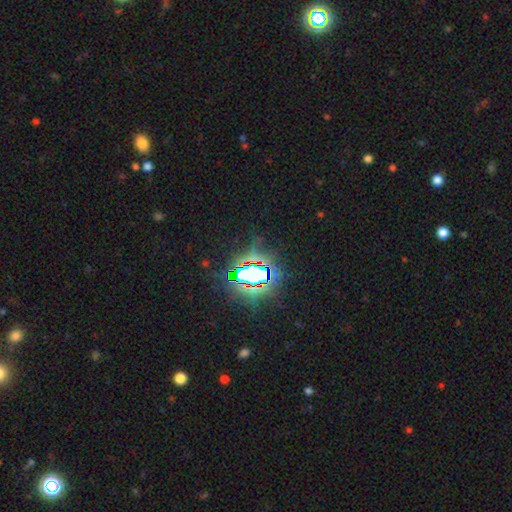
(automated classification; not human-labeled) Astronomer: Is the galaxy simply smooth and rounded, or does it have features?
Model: star or artifact — 81%.